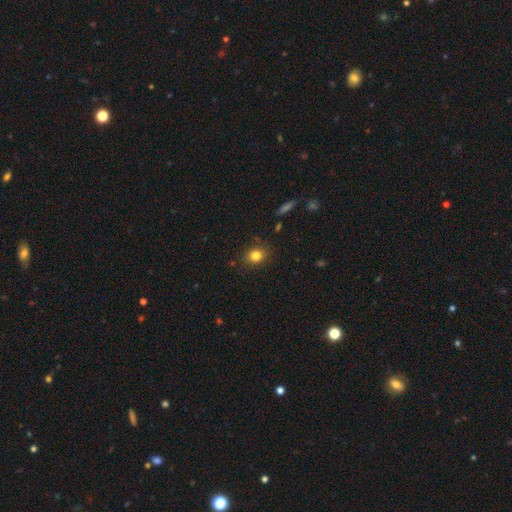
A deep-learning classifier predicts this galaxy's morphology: This is clearly a smooth galaxy (82%). How rounded: likely round (63%). Merging: clearly none (82%).